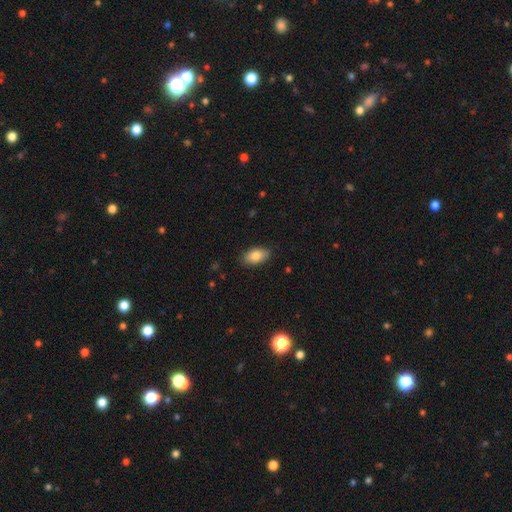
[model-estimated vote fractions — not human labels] Smooth or featured: smooth — 84% (featured or disk — 9%)
How rounded: in between — 93% (round — 5%)
Merging: none — 86% (minor disturbance — 10%)